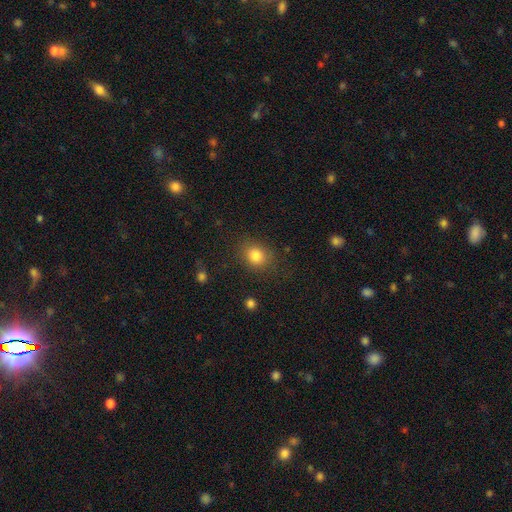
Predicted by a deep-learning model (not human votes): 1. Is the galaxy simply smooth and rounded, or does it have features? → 83% smooth, 11% star or artifact, 6% featured or disk.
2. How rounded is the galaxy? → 55% round, 44% in between, 1% cigar-shaped.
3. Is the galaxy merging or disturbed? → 80% none, 13% minor disturbance, 5% major disturbance, 2% merger.